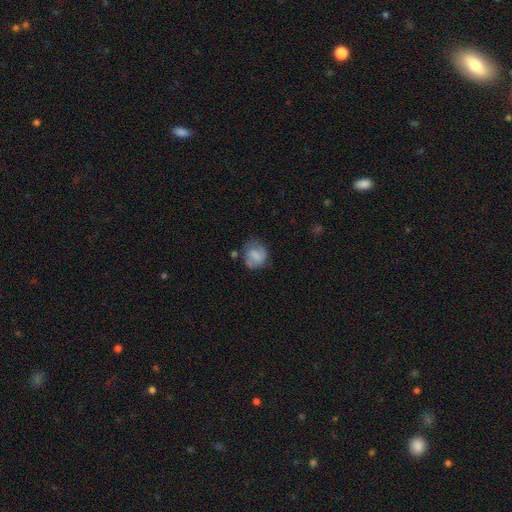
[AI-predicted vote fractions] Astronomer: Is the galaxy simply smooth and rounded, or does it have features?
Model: smooth — 58% (runner-up: featured or disk, 34%).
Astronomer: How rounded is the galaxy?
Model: round — 68%.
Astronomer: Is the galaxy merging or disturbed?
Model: none — 58%.